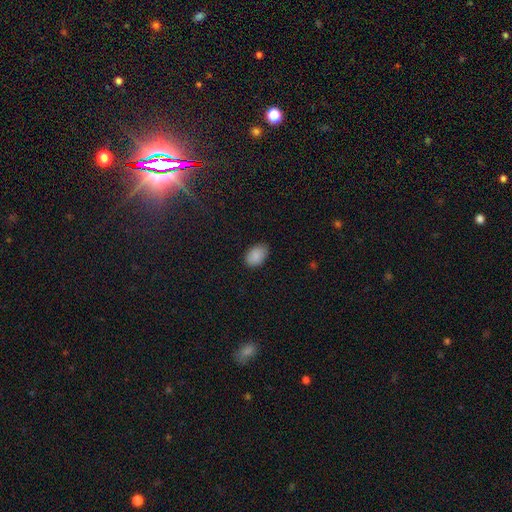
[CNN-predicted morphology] smooth_or_featured: smooth (p=0.89) [alt: star or artifact p=0.07]
how_rounded: in between (p=0.86) [alt: round p=0.13]
merging: none (p=0.82) [alt: minor disturbance p=0.15]